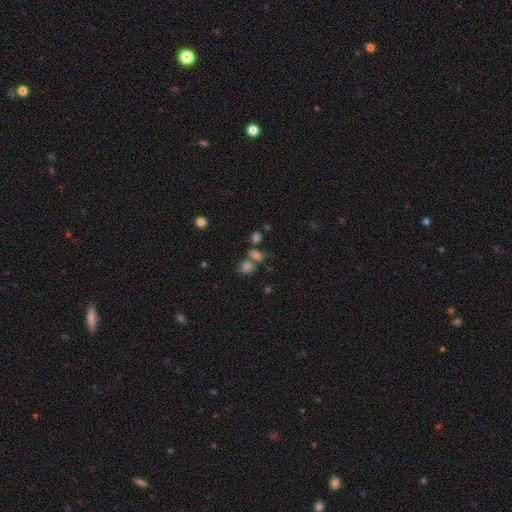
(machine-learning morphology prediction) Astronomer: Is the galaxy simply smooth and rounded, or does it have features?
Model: smooth — 65%.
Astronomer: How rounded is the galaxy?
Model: in between — 49% (runner-up: round, 48%).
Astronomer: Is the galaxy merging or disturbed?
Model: none — 44% (runner-up: merger, 39%).